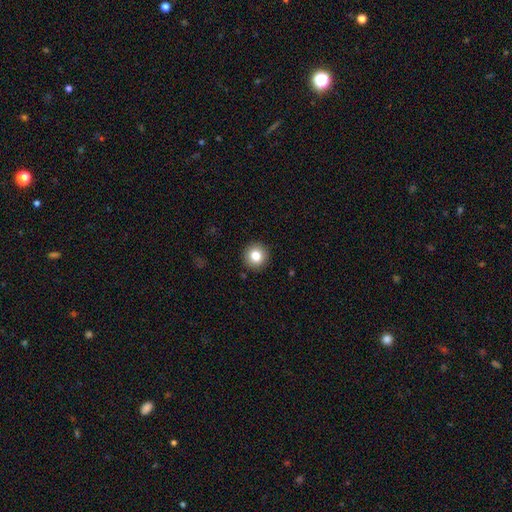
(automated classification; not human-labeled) This is clearly a smooth galaxy (81%). How rounded: clearly round (94%). Merging: clearly none (92%).